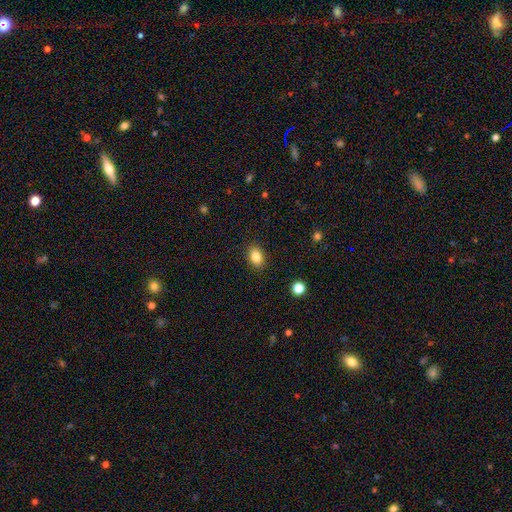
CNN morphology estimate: Smooth or featured? Predicted: smooth (p=0.85). How rounded? Predicted: in between (p=0.80). Merging? Predicted: none (p=0.88).